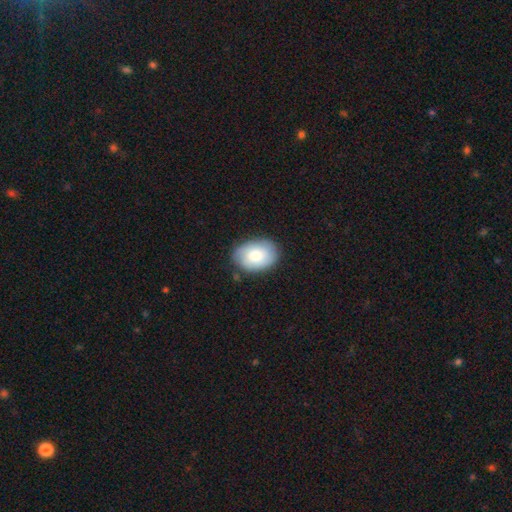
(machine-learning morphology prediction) A smooth galaxy with no disk features (78%) that is in between round and cigar-shaped (81%).

Vote fractions:
- Smooth or featured? smooth: 78% / featured or disk: 16% / star or artifact: 6%
- How rounded? in between: 81% / round: 18% / cigar-shaped: 1%
- Merging? none: 81% / minor disturbance: 15% / major disturbance: 3% / merger: 1%